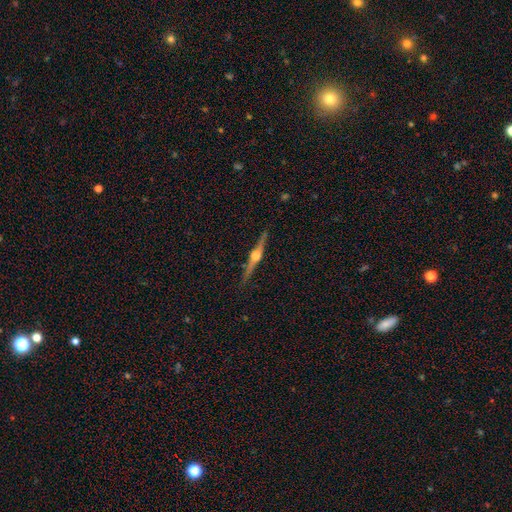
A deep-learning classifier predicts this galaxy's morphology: The model was most divided on "smooth or featured": featured or disk: 85%, smooth: 9%, star or artifact: 6%. More confident: edge-on disk — yes (98%); edge-on bulge — rounded (95%); merging — none (91%).